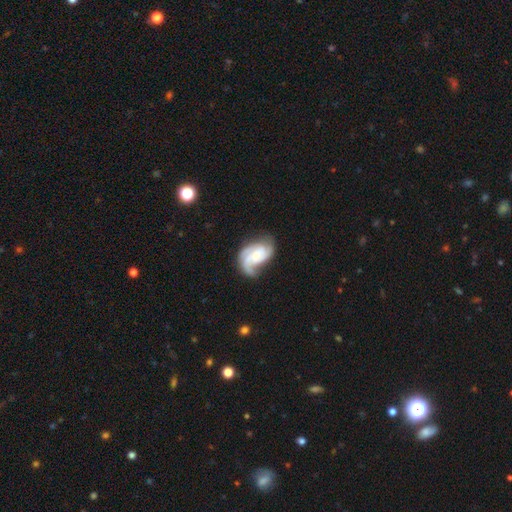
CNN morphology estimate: smooth-or-featured: featured or disk: 78% | smooth: 16% | star or artifact: 6%
  disk-edge-on: no: 98% | yes: 2%
    bar: no: 55% | weak: 36% | strong: 10%
    has-spiral-arms: yes: 95% | no: 5%
      spiral-winding: medium: 45% | tight: 32% | loose: 23%
      spiral-arm-count: 2: 39% | 3: 27% | 1: 14% | can't tell: 13% | 4: 4% | more than 4: 3%
    bulge-size: small: 35% | moderate: 29% | none: 22% | large: 11% | dominant: 2%
  merging: none: 47% | minor disturbance: 25% | major disturbance: 25% | merger: 3%